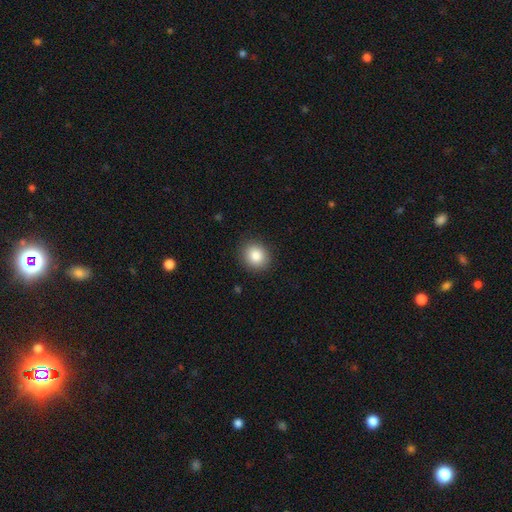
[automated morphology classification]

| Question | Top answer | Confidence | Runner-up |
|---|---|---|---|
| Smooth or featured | smooth | 85% | star or artifact (9%) |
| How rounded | round | 73% | in between (26%) |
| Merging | none | 90% | minor disturbance (7%) |